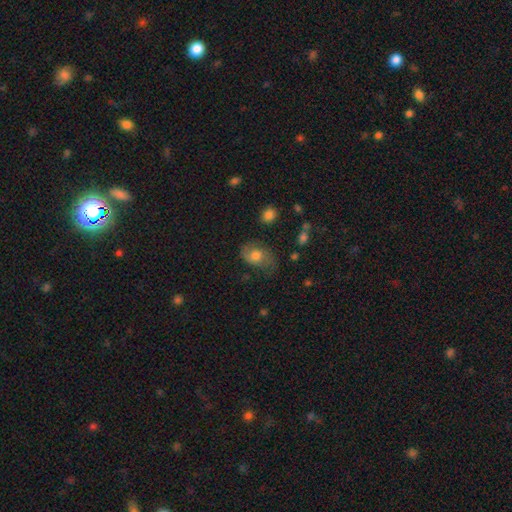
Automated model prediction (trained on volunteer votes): Smooth or featured: smooth — 54% (featured or disk — 36%)
How rounded: in between — 77% (round — 22%)
Merging: none — 55% (minor disturbance — 28%)